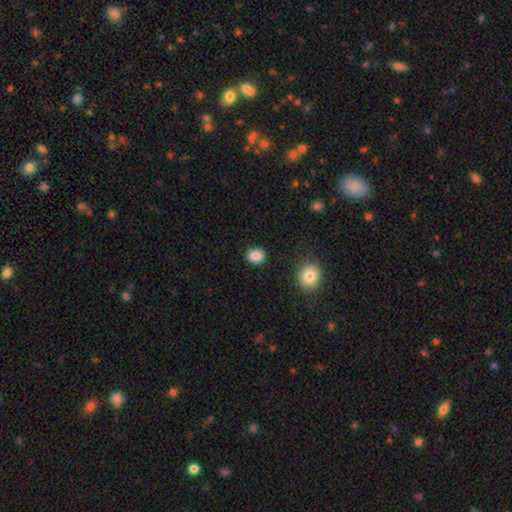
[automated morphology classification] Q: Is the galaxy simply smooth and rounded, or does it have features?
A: smooth — 86%.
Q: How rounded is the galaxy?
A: round — 71%.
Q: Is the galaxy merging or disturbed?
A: none — 89%.